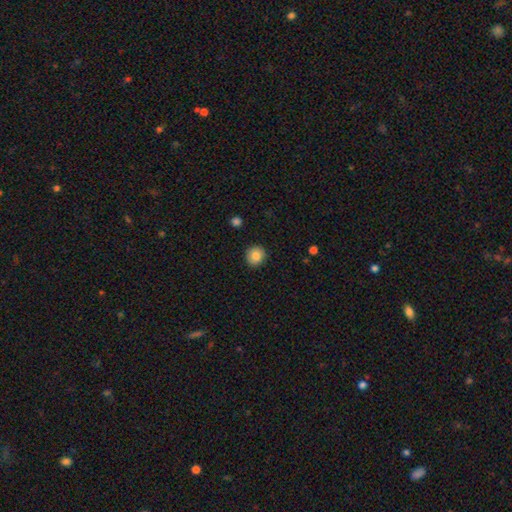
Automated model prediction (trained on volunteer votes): Smooth or featured?
  - smooth: 84% *
  - star or artifact: 9%
  - featured or disk: 7%
How rounded?
  - round: 91% *
  - in between: 8%
  - cigar-shaped: 1%
Merging?
  - none: 91% *
  - minor disturbance: 6%
  - major disturbance: 2%
  - merger: 1%